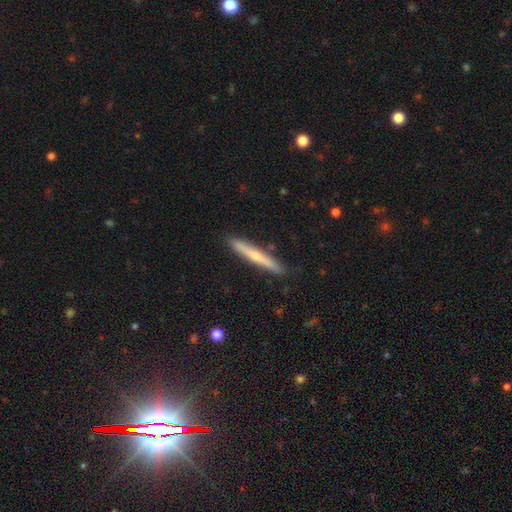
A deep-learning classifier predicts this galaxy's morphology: Smooth or featured? smooth (49%)
Merging? none (89%)